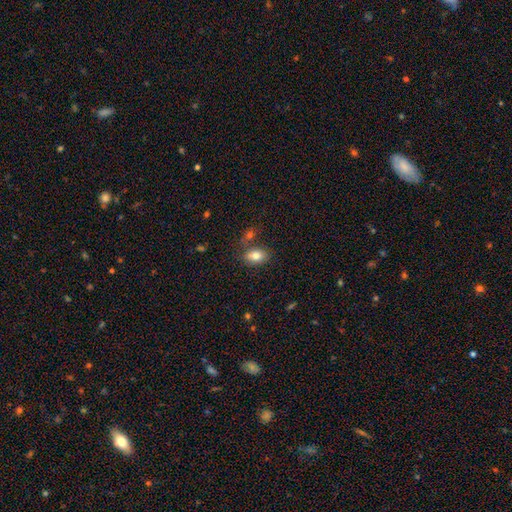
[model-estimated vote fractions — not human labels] smooth_or_featured: smooth (p=0.80) [alt: featured or disk p=0.12]
how_rounded: in between (p=0.85) [alt: round p=0.13]
merging: none (p=0.67) [alt: minor disturbance p=0.15]